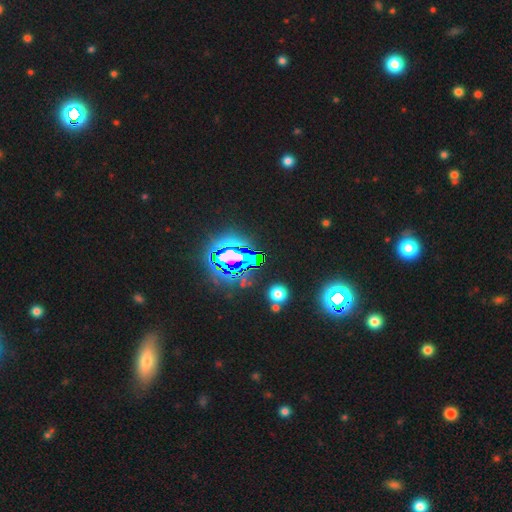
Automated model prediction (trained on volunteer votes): Q: Smooth or featured?
A: star or artifact (75%); runner-up: smooth (14%)